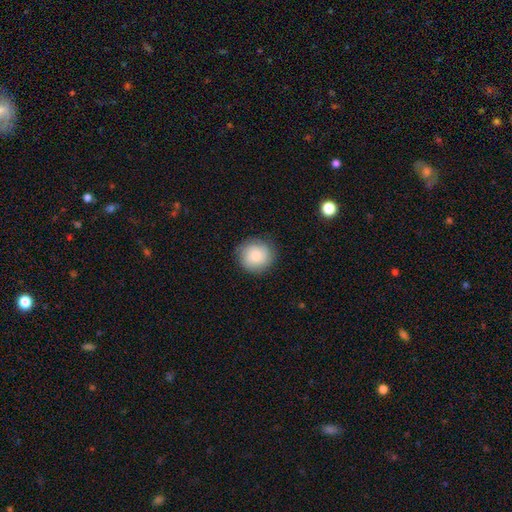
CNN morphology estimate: Q: Smooth or featured?
A: smooth (74%); runner-up: featured or disk (18%)
Q: How rounded?
A: round (92%); runner-up: in between (7%)
Q: Merging?
A: none (86%); runner-up: minor disturbance (10%)